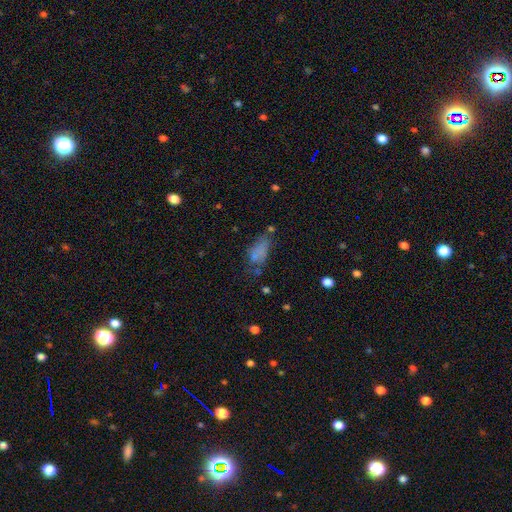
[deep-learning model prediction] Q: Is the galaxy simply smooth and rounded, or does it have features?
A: smooth — 67%.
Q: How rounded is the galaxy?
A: in between — 78%.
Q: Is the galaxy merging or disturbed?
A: none — 44%.